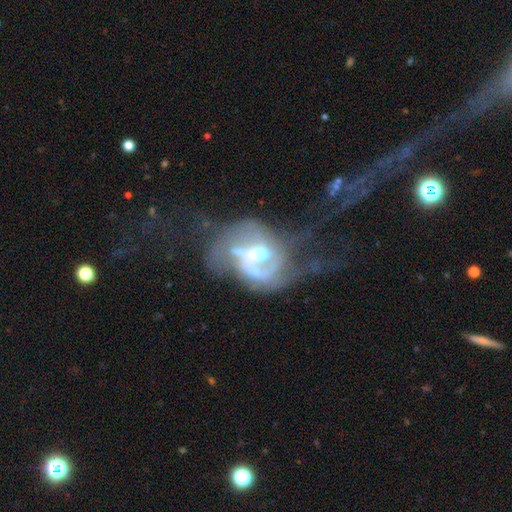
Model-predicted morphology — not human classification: Overall: featured or disk (73%). Edge-on disk: no (97%). Bar: no (64%; weak 28%). Spiral arms: yes (54%; no 46%). Bulge size: moderate (57%; small 26%). Merging: major disturbance (43%; merger 25%).